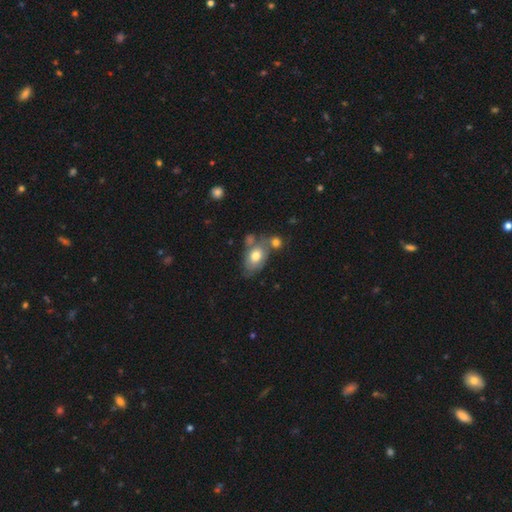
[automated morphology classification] smooth 66%, featured or disk 26%, star or artifact 8%. Down the decision tree: how rounded — in between (84%); merging — none (41%).